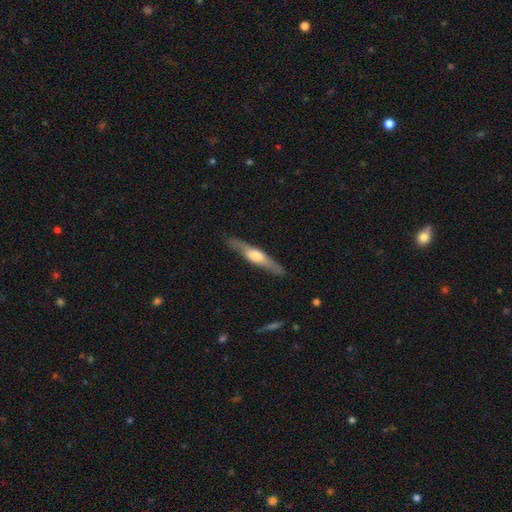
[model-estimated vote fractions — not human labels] A featured or disk galaxy (61%) viewed edge-on (92%) with a rounded central bulge (78%). Merging: none (86%).